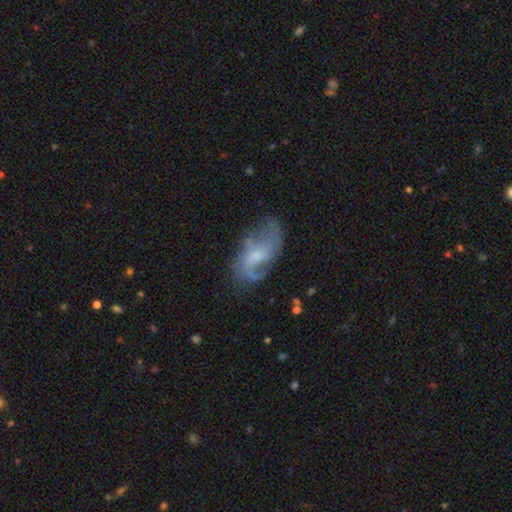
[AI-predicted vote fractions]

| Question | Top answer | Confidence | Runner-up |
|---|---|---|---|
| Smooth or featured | featured or disk | 71% | smooth (21%) |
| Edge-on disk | no | 95% | yes (5%) |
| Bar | no | 50% | weak (41%) |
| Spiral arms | yes | 83% | no (17%) |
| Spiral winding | loose | 50% | medium (37%) |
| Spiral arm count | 2 | 63% | can't tell (18%) |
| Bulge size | small | 49% | moderate (31%) |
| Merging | none | 54% | minor disturbance (24%) |